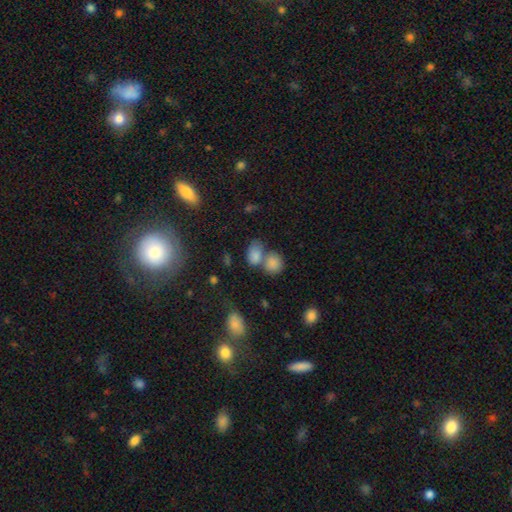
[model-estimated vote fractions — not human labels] Smooth or featured: smooth — 79% (star or artifact — 13%)
How rounded: in between — 69% (round — 29%)
Merging: merger — 46% (none — 38%)